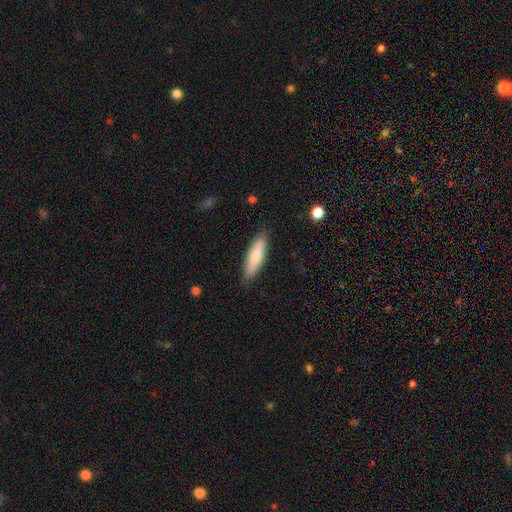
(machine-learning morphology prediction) The model was most divided on "how rounded": cigar-shaped: 65%, in between: 34%, round: 1%. More confident: merging — none (86%); smooth or featured — smooth (78%).